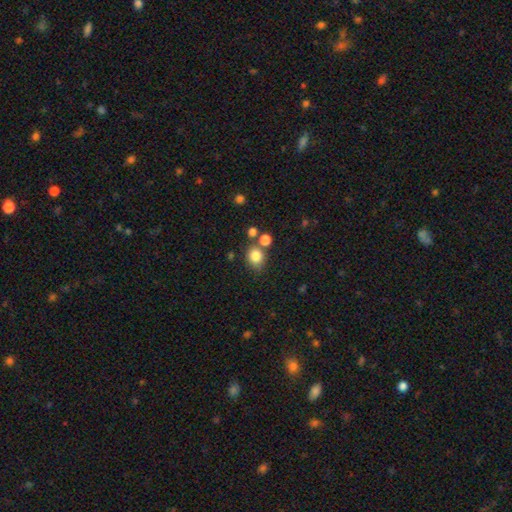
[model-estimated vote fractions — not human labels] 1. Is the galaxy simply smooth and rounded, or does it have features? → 83% smooth, 11% star or artifact, 6% featured or disk.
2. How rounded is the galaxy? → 68% round, 31% in between, 1% cigar-shaped.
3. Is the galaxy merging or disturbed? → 65% none, 18% merger, 13% minor disturbance, 4% major disturbance.